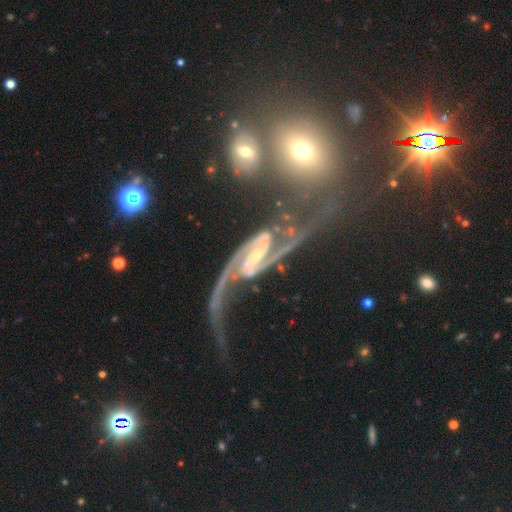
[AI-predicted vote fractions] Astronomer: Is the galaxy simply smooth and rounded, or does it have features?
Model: featured or disk — 92%.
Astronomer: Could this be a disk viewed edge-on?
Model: no — 96%.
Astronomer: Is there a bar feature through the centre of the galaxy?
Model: strong — 48% (runner-up: weak, 35%).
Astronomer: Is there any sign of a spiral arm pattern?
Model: yes — 98%.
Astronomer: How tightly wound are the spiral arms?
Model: loose — 53% (runner-up: medium, 35%).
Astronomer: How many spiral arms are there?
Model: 2 — 91%.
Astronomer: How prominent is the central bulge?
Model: small — 67%.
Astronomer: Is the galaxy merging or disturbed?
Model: none — 35% (runner-up: major disturbance, 26%).